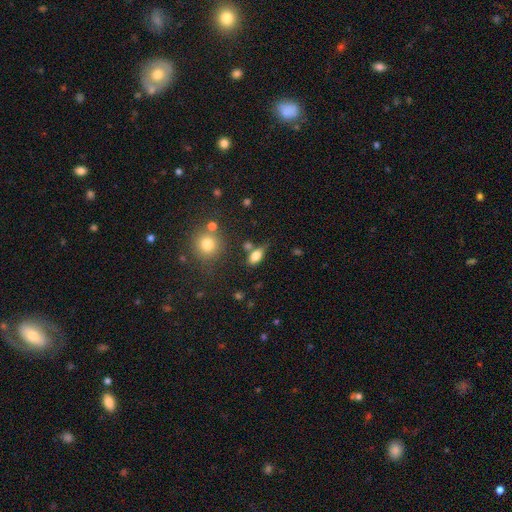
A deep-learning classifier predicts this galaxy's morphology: Q: Smooth or featured?
A: smooth (78%); runner-up: featured or disk (12%)
Q: How rounded?
A: in between (83%); runner-up: round (9%)
Q: Merging?
A: none (63%); runner-up: minor disturbance (19%)